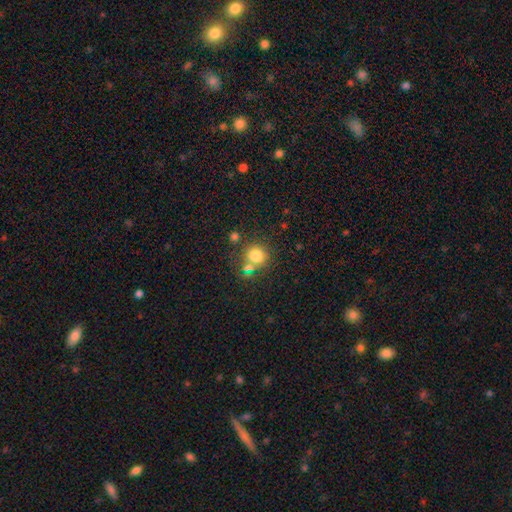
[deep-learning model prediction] Smooth or featured? Predicted: smooth (p=0.77). How rounded? Predicted: round (p=0.88). Merging? Predicted: none (p=0.66).